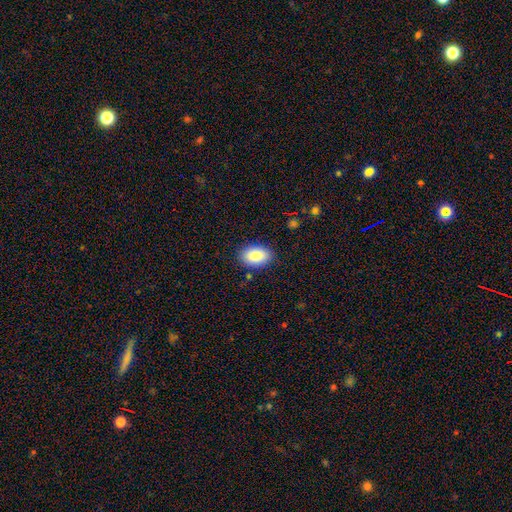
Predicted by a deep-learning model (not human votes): Smooth or featured? Predicted: smooth (p=0.85). How rounded? Predicted: in between (p=0.88). Merging? Predicted: none (p=0.86).